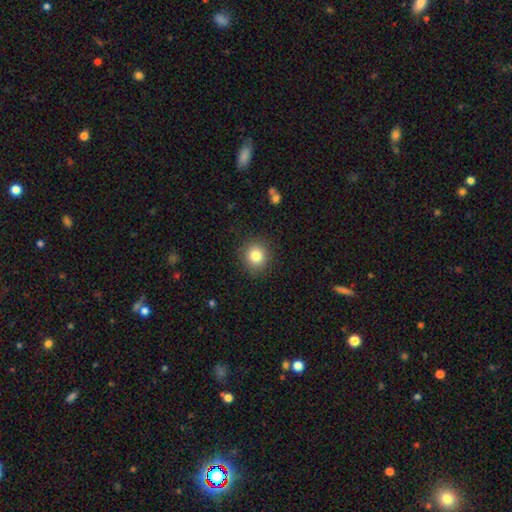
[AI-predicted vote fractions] Smooth or featured? Predicted: smooth (p=0.82). How rounded? Predicted: round (p=0.86). Merging? Predicted: none (p=0.89).